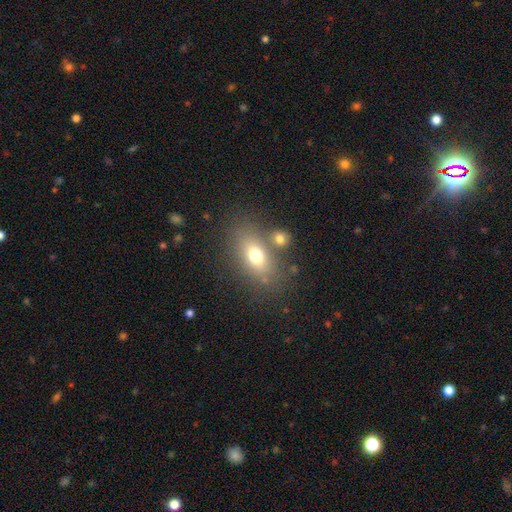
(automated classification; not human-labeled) This appears to be a smooth galaxy with no disk features (70%) that is in between round and cigar-shaped (80%). Merging: none (65%).